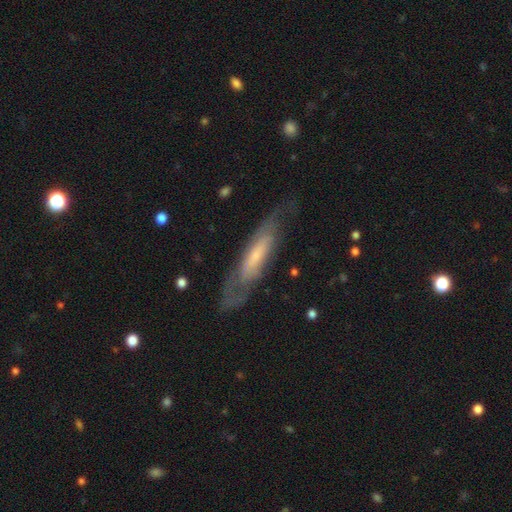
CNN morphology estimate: Smooth or featured? featured or disk (65%)
Edge-on disk? no (60%)
Merging? none (66%)